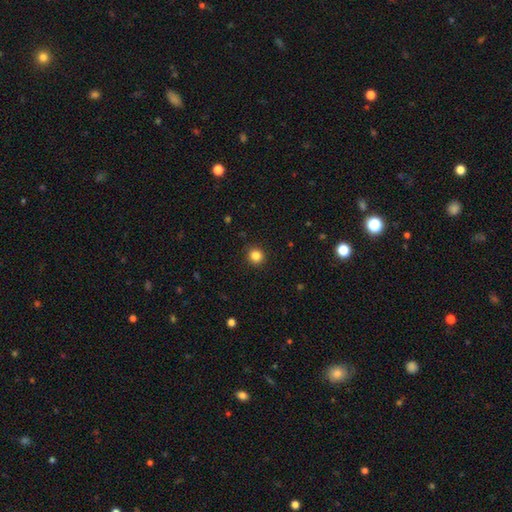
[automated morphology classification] Smooth or featured? smooth (84%)
How rounded? round (93%)
Merging? none (92%)